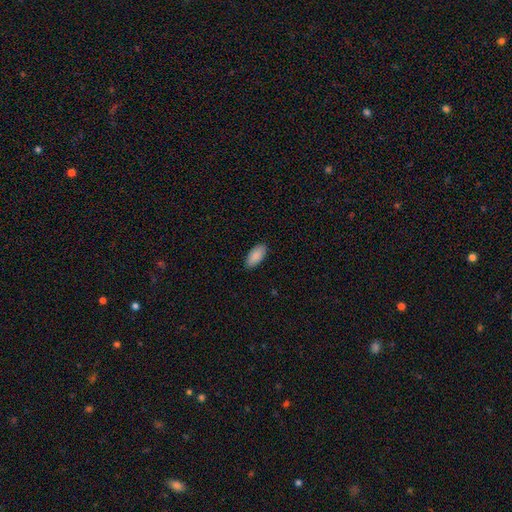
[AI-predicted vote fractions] Smooth or featured? smooth (90%)
How rounded? in between (92%)
Merging? none (88%)